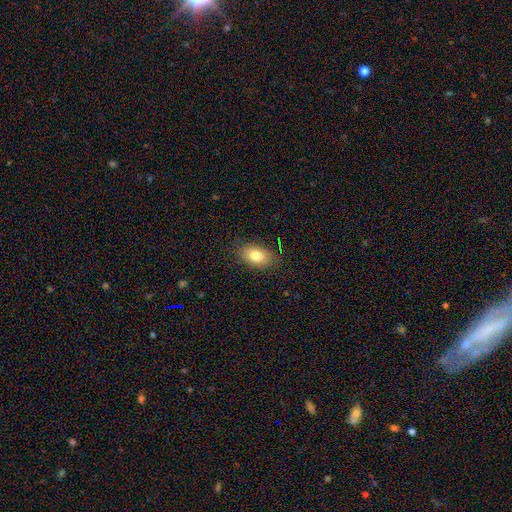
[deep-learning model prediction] Q: Smooth or featured?
A: smooth (79%); runner-up: featured or disk (12%)
Q: How rounded?
A: in between (88%); runner-up: round (10%)
Q: Merging?
A: none (86%); runner-up: minor disturbance (11%)